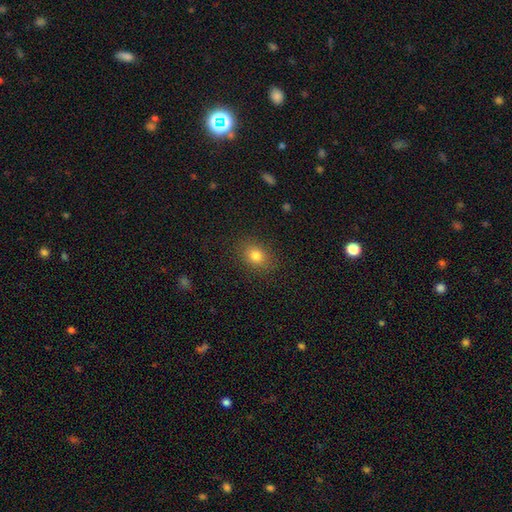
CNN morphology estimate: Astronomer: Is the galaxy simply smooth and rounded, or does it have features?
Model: smooth — 80%.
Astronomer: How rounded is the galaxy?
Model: in between — 58% (runner-up: round, 41%).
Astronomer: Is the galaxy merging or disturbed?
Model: none — 87%.